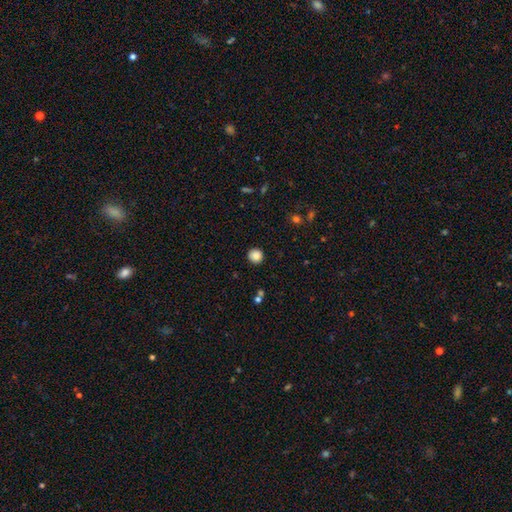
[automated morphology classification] Smooth or featured: smooth — 86% (star or artifact — 10%)
How rounded: round — 93% (in between — 6%)
Merging: none — 91% (minor disturbance — 6%)